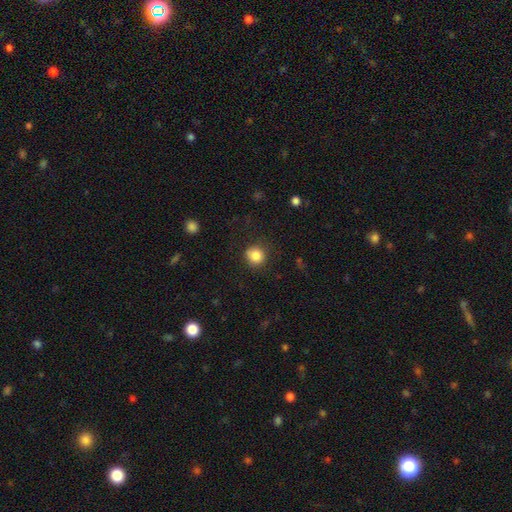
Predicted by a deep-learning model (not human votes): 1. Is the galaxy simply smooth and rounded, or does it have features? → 84% smooth, 10% star or artifact, 5% featured or disk.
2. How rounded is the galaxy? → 91% round, 8% in between, 1% cigar-shaped.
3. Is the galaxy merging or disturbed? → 85% none, 11% minor disturbance, 3% major disturbance, 1% merger.